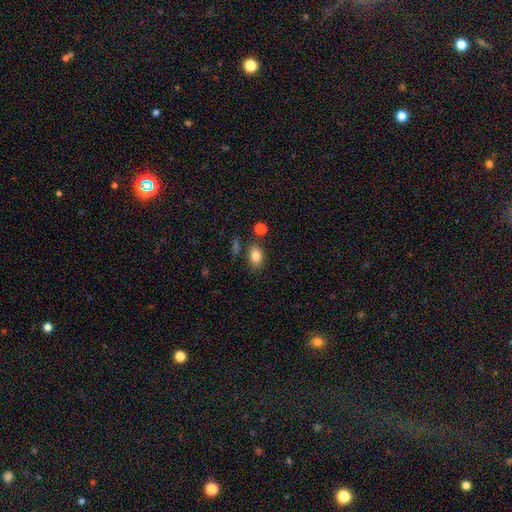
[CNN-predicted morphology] Smooth or featured? smooth (84%)
How rounded? in between (77%)
Merging? none (75%)